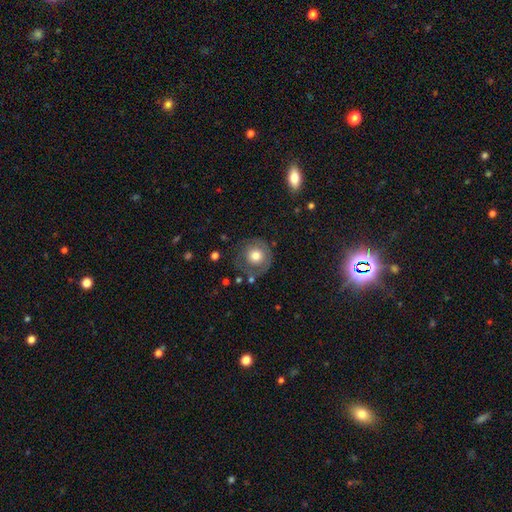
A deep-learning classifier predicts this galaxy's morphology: Smooth or featured? Predicted: smooth (p=0.65). How rounded? Predicted: round (p=0.92). Merging? Predicted: none (p=0.65).